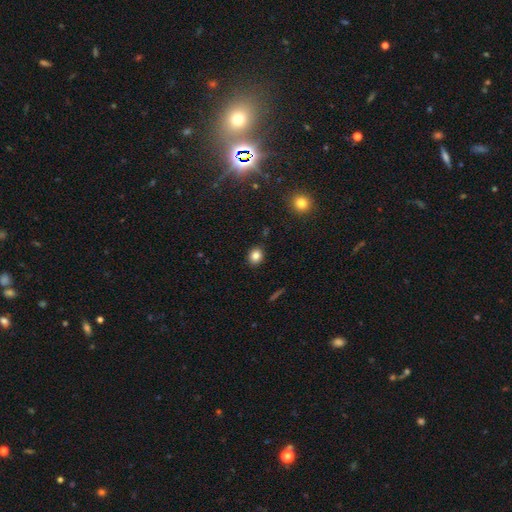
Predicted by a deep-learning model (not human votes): Smooth or featured? smooth (83%)
How rounded? round (64%)
Merging? none (88%)